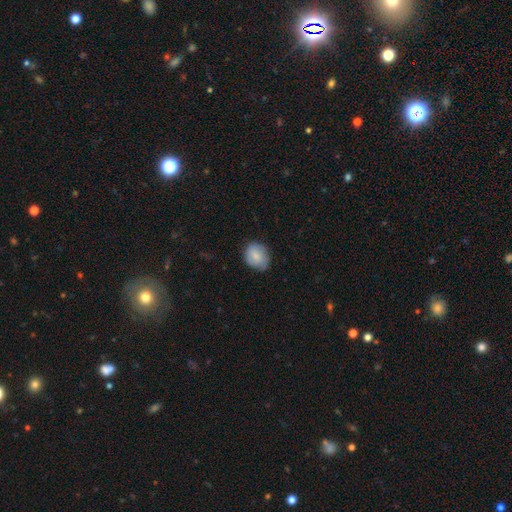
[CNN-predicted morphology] smooth_or_featured: smooth (p=0.79) [alt: featured or disk p=0.14]
how_rounded: round (p=0.56) [alt: in between p=0.43]
merging: none (p=0.69) [alt: minor disturbance p=0.25]